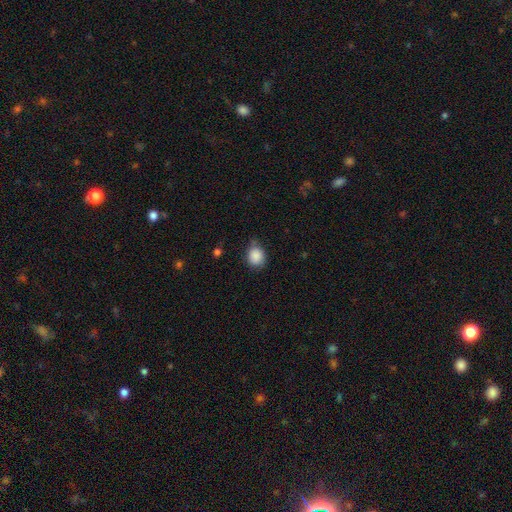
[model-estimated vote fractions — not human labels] Smooth or featured: smooth — 87% (star or artifact — 8%)
How rounded: round — 63% (in between — 36%)
Merging: none — 64% (minor disturbance — 27%)